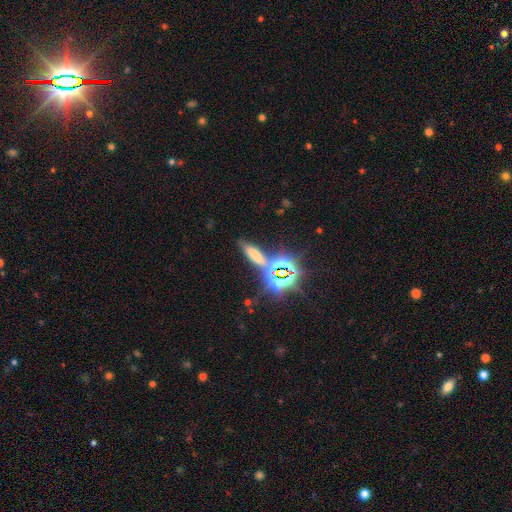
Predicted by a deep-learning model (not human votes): Smooth or featured: smooth — 52% (star or artifact — 37%)
How rounded: cigar-shaped — 55% (in between — 38%)
Merging: none — 66% (merger — 14%)